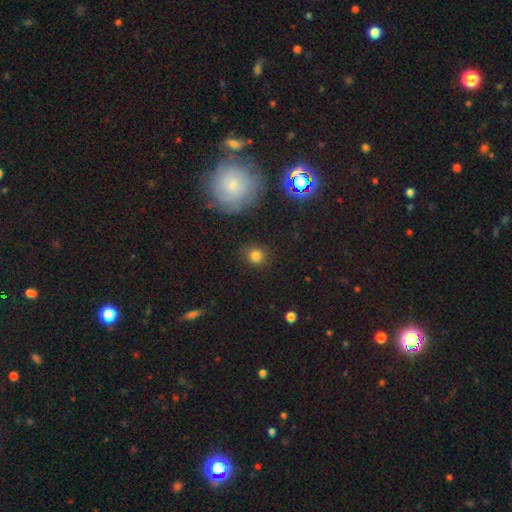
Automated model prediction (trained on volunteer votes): smooth-or-featured: smooth: 80% | star or artifact: 14% | featured or disk: 6%
  how-rounded: round: 86% | in between: 13% | cigar-shaped: 1%
  merging: none: 88% | minor disturbance: 8% | major disturbance: 3% | merger: 2%